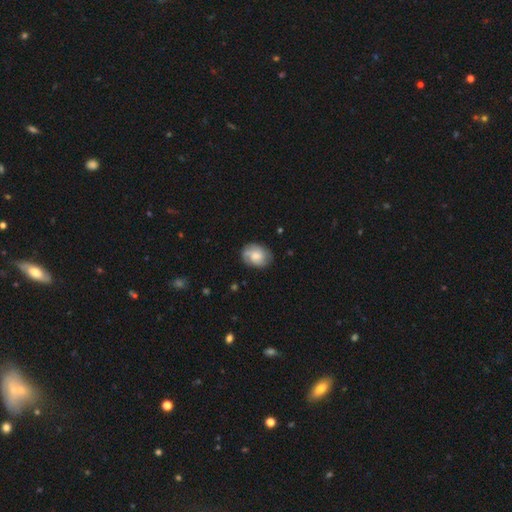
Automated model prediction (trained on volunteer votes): Smooth or featured?
  - featured or disk: 52% *
  - smooth: 41%
  - star or artifact: 7%
Edge-on disk?
  - no: 97% *
  - yes: 3%
Bar?
  - no: 70% *
  - weak: 27%
  - strong: 4%
Spiral arms?
  - yes: 87% *
  - no: 13%
Bulge size?
  - moderate: 50% *
  - small: 34%
  - large: 10%
  - none: 5%
  - dominant: 2%
Merging?
  - none: 72% *
  - minor disturbance: 20%
  - major disturbance: 6%
  - merger: 1%